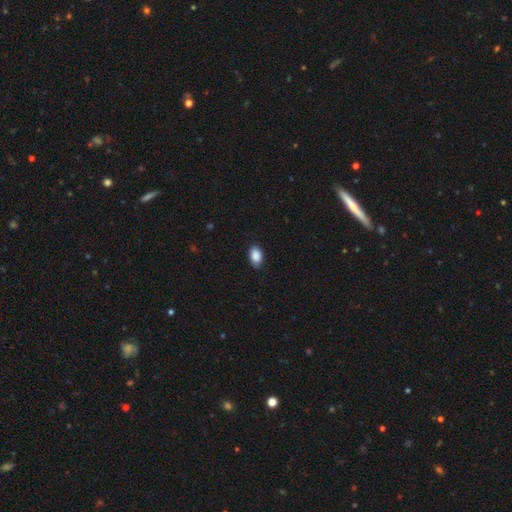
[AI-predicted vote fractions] This is clearly a smooth galaxy (90%). How rounded: clearly in between (89%). Merging: clearly none (84%).